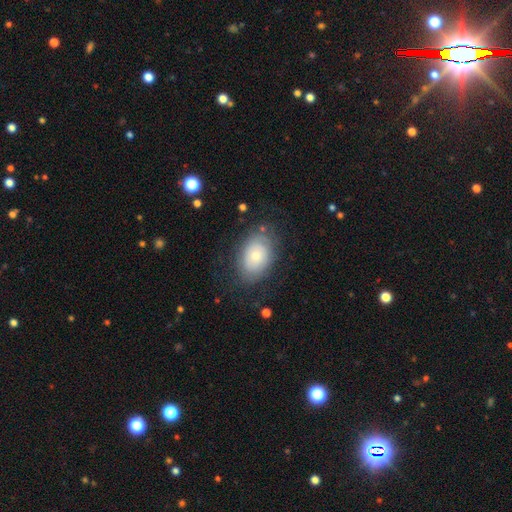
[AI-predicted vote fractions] smooth_or_featured: smooth (p=0.63) [alt: featured or disk p=0.30]
how_rounded: in between (p=0.85) [alt: round p=0.14]
merging: none (p=0.72) [alt: minor disturbance p=0.18]